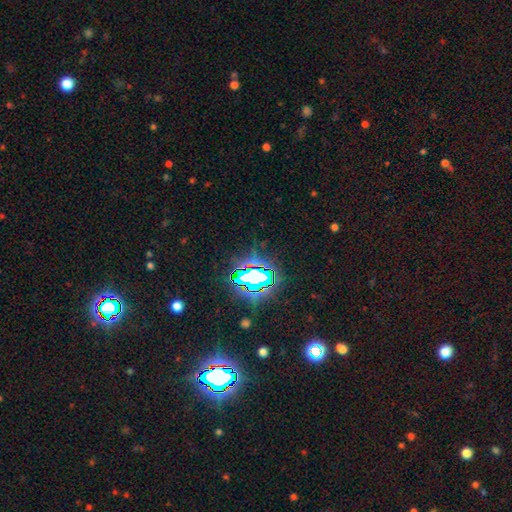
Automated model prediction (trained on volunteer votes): Morphology: type=star or artifact (81%).